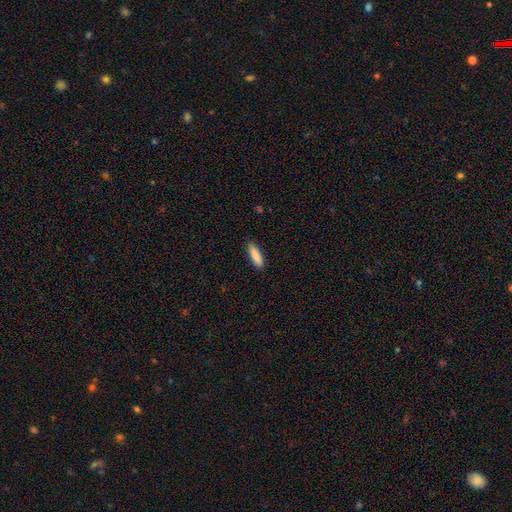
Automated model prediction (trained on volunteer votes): Smooth or featured: smooth — 88% (star or artifact — 6%)
How rounded: cigar-shaped — 67% (in between — 32%)
Merging: none — 89% (minor disturbance — 9%)